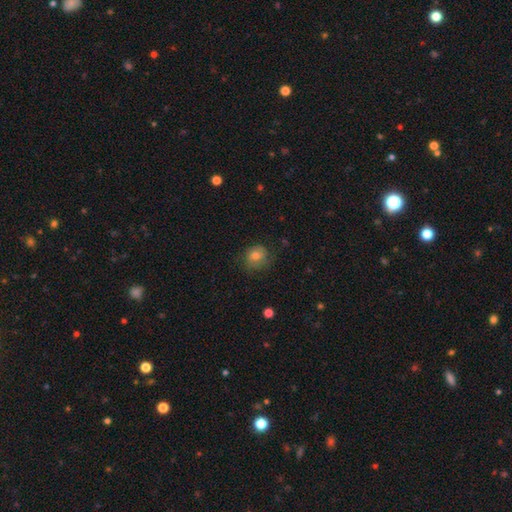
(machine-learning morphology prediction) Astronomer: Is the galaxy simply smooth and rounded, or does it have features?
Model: smooth — 69%.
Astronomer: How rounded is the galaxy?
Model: round — 70%.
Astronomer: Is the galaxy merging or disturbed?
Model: none — 70%.